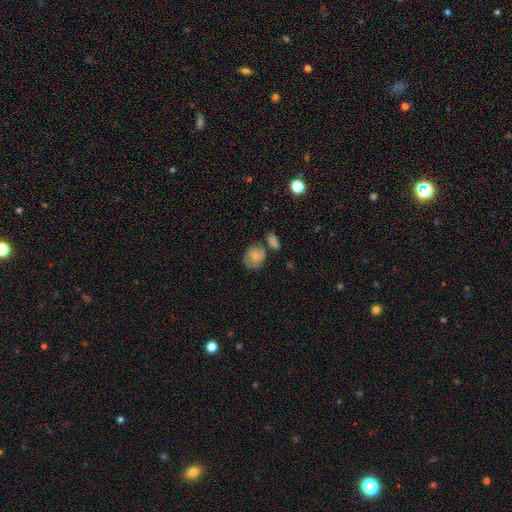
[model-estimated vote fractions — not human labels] Morphology: type=smooth (71%); roundness=round (62%); merging=none (55%).